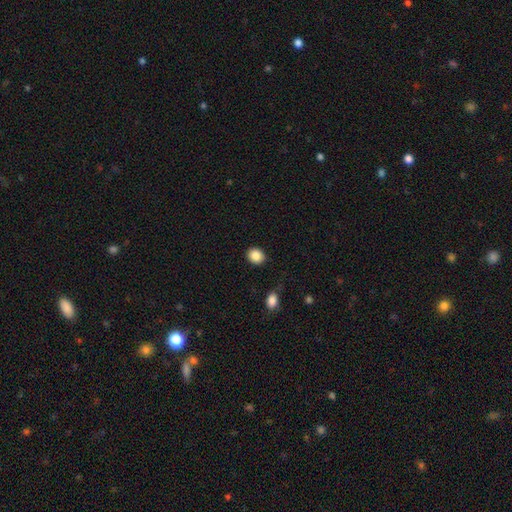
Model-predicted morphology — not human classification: This is clearly a smooth galaxy (87%). How rounded: likely round (63%). Merging: clearly none (87%).